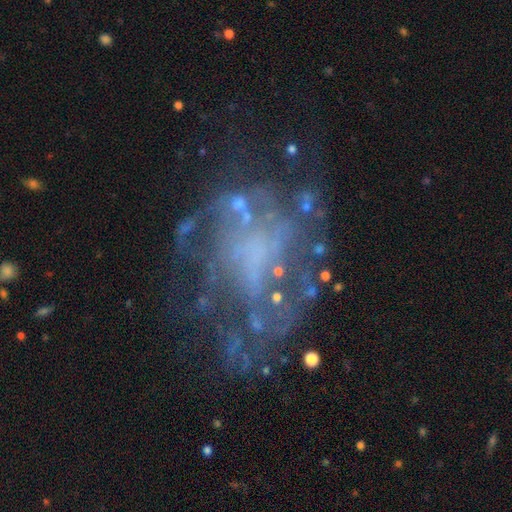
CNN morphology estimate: featured or disk 70%, star or artifact 16%, smooth 14%. Down the decision tree: edge-on disk — no (97%); bar — no (76%); spiral arms — no (55%); bulge size — none (64%); merging — none (46%).